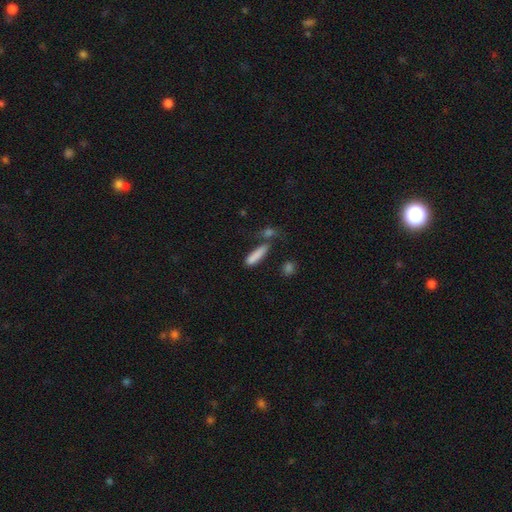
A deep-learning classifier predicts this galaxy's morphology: This appears to be a smooth galaxy with no disk features (83%) that is cigar-shaped (70%). Merging: none (56%).